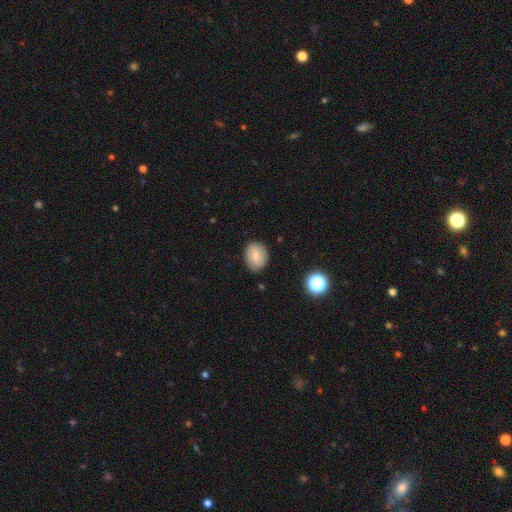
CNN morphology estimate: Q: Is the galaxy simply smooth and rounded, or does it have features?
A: smooth — 79%.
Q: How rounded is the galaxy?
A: in between — 60%.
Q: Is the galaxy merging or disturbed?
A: none — 80%.